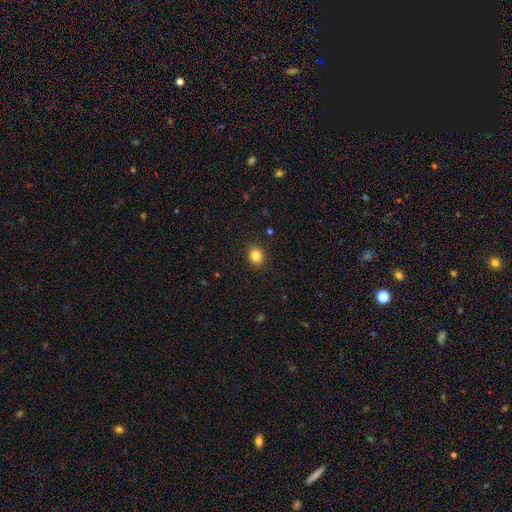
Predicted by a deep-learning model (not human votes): Smooth or featured? Predicted: smooth (p=0.84). How rounded? Predicted: round (p=0.73). Merging? Predicted: none (p=0.90).